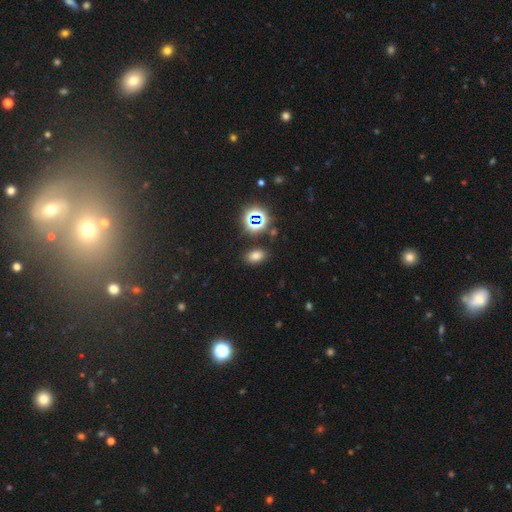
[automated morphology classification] Smooth or featured? Predicted: smooth (p=0.69). How rounded? Predicted: in between (p=0.82). Merging? Predicted: none (p=0.85).